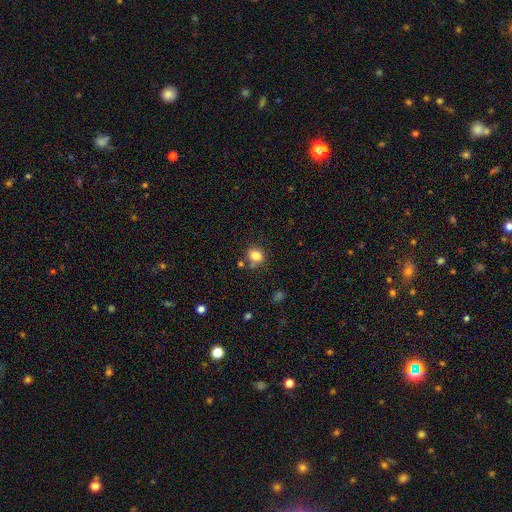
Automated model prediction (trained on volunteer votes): Smooth or featured?
  - smooth: 81% *
  - star or artifact: 12%
  - featured or disk: 7%
How rounded?
  - round: 71% *
  - in between: 28%
  - cigar-shaped: 1%
Merging?
  - none: 73% *
  - minor disturbance: 13%
  - merger: 11%
  - major disturbance: 4%